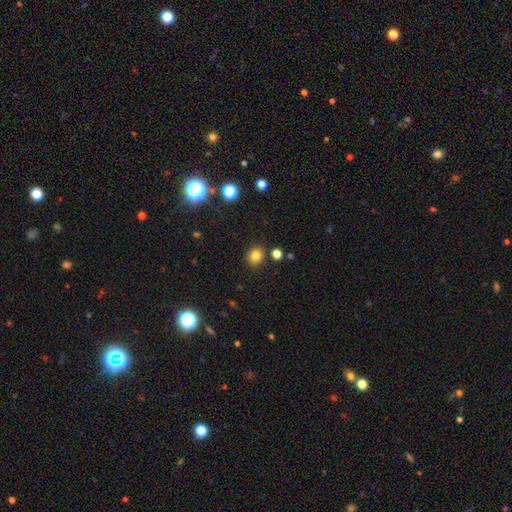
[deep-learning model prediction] This is clearly a smooth galaxy (81%). How rounded: likely round (76%). Merging: clearly none (86%).